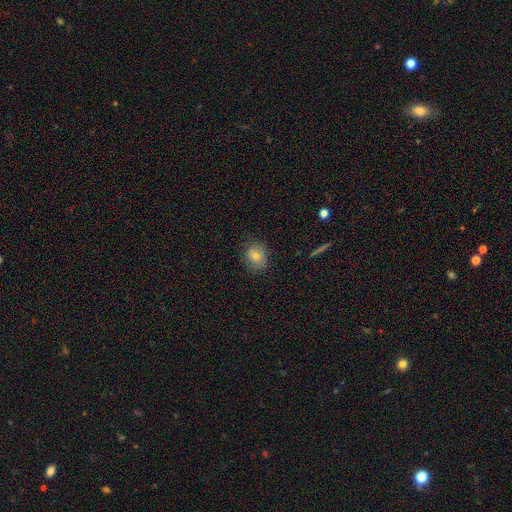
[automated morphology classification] This is likely a smooth galaxy (71%). How rounded: possibly round (55%). Merging: likely none (77%).